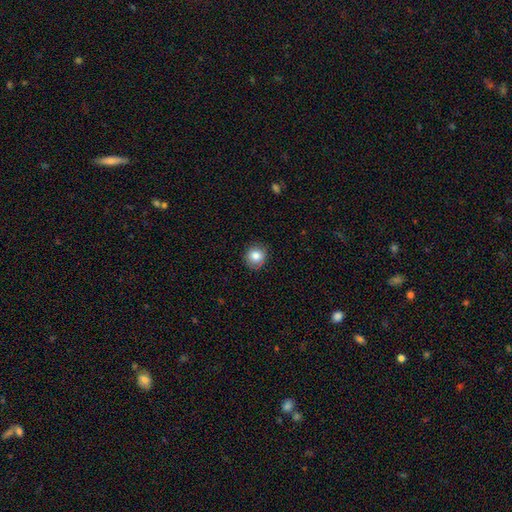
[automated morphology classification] smooth 84%, star or artifact 9%, featured or disk 7%. Down the decision tree: how rounded — round (89%); merging — none (88%).